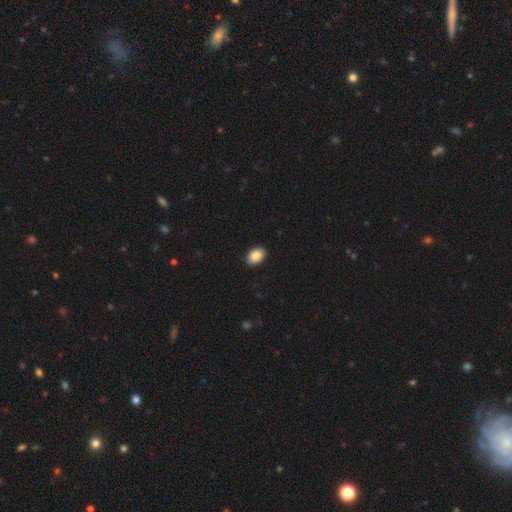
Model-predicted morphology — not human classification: A smooth galaxy with no disk features (89%) that is in between round and cigar-shaped (84%). Merging: none (90%).